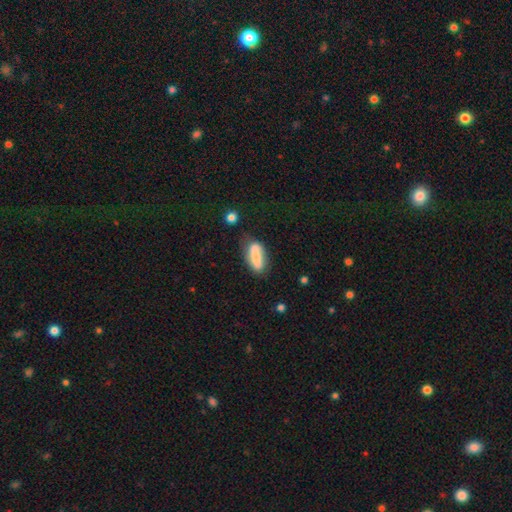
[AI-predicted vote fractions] Morphology: type=smooth (73%); roundness=in between (60%); merging=none (58%).